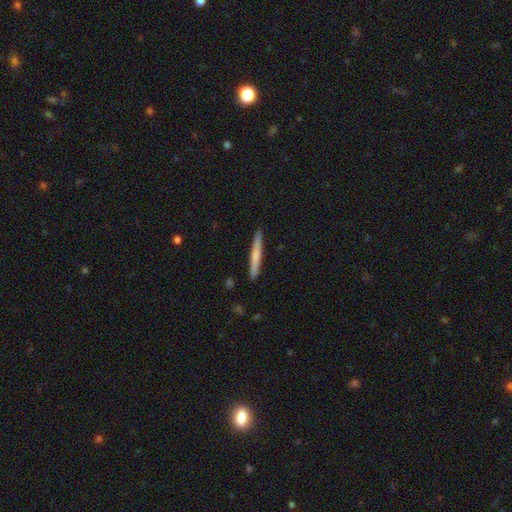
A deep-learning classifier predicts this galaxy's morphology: Smooth or featured? Predicted: smooth (p=0.62). How rounded? Predicted: cigar-shaped (p=0.96). Merging? Predicted: none (p=0.91).